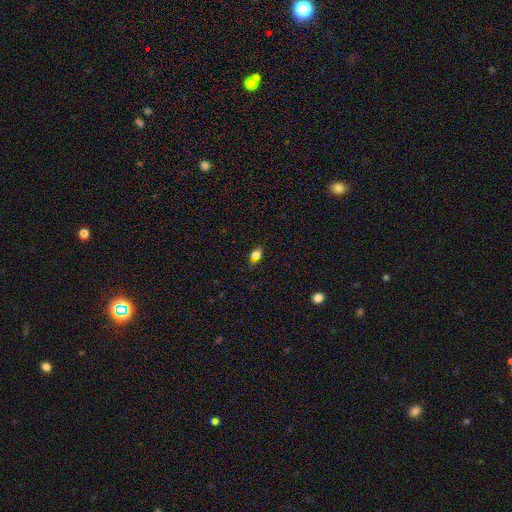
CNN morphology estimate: Smooth or featured? Predicted: smooth (p=0.72). How rounded? Predicted: in between (p=0.71). Merging? Predicted: none (p=0.80).